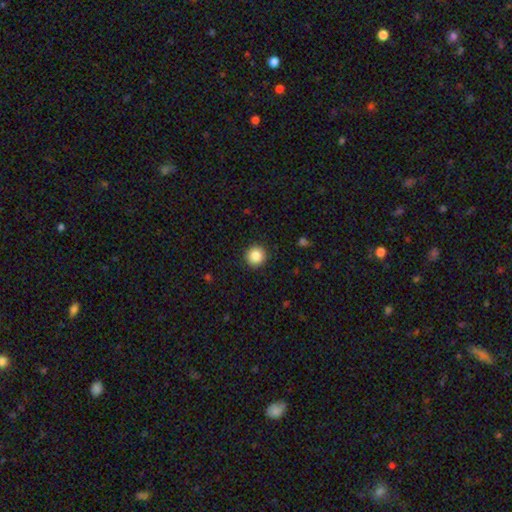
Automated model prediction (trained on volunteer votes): The model was most divided on "smooth or featured": smooth: 86%, star or artifact: 9%, featured or disk: 5%. More confident: how rounded — round (95%); merging — none (92%).